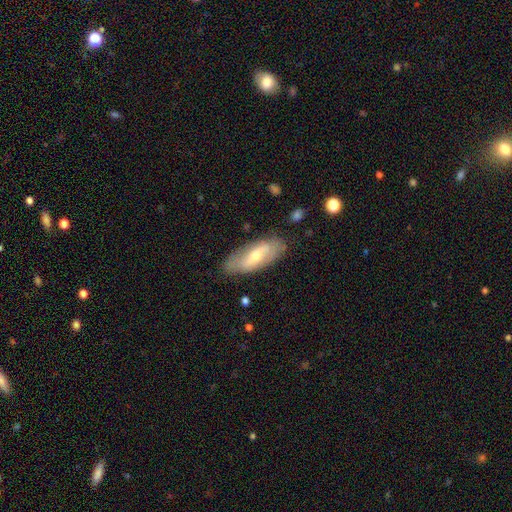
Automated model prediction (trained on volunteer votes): Morphology: type=featured or disk (54%); edge-on=no (78%); merging=none (80%).